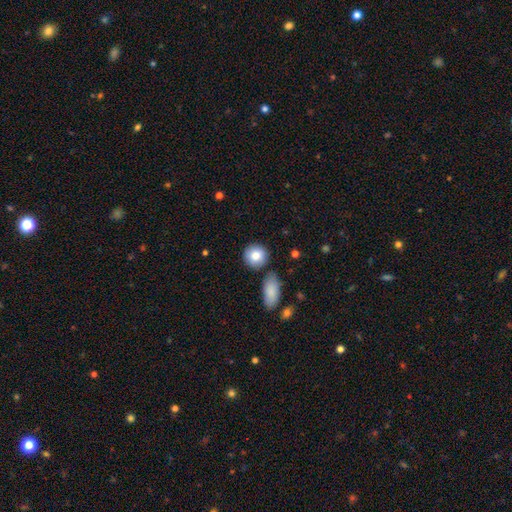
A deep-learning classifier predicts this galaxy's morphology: smooth_or_featured: smooth (p=0.85) [alt: featured or disk p=0.08]
how_rounded: round (p=0.85) [alt: in between p=0.14]
merging: none (p=0.80) [alt: minor disturbance p=0.11]